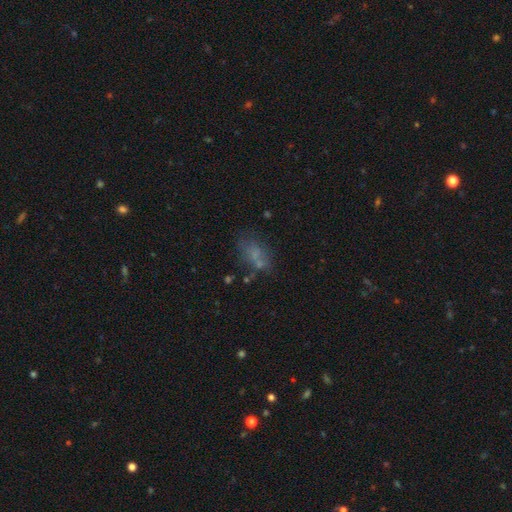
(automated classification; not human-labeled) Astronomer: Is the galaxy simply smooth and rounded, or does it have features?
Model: smooth — 53%.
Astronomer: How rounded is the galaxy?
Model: in between — 81%.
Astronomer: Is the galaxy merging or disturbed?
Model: none — 47%.